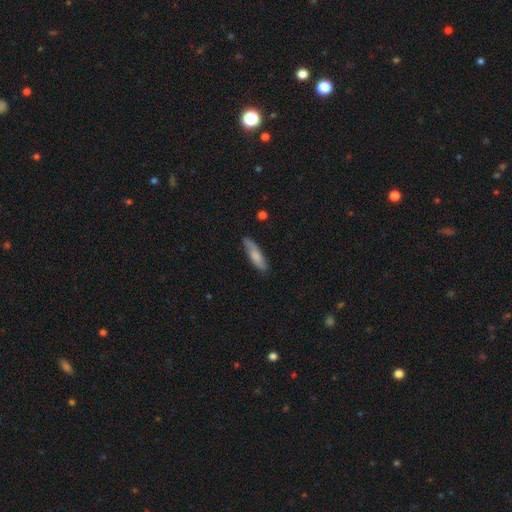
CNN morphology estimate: Smooth or featured: smooth — 73% (featured or disk — 21%)
How rounded: cigar-shaped — 68% (in between — 31%)
Merging: none — 81% (minor disturbance — 15%)